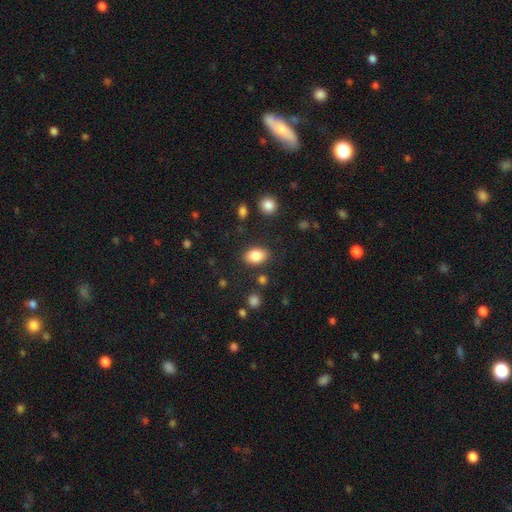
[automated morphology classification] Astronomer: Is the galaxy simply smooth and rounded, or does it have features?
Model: smooth — 85%.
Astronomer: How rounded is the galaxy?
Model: in between — 85%.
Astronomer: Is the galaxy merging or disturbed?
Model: none — 84%.